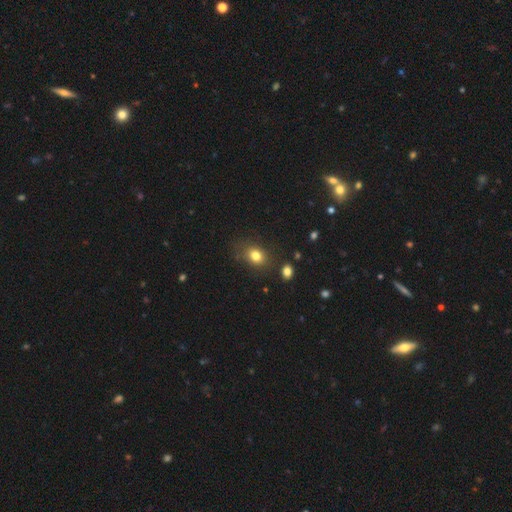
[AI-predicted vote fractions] A smooth galaxy with no disk features (80%) that is in between round and cigar-shaped (60%). Merging: none (75%).